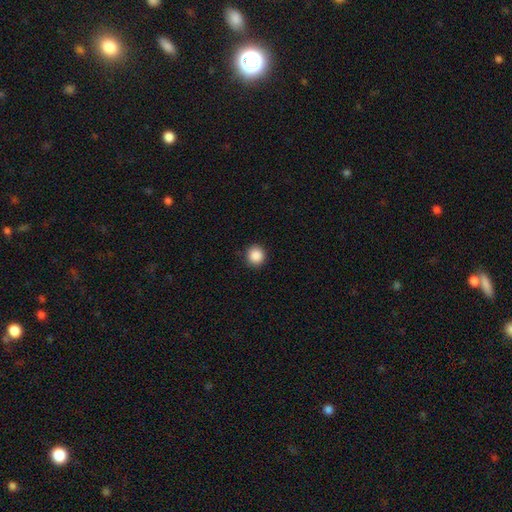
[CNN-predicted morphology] A smooth galaxy with no disk features (88%) that is round (93%).

Vote fractions:
- Smooth or featured? smooth: 88% / star or artifact: 9% / featured or disk: 3%
- How rounded? round: 93% / in between: 6% / cigar-shaped: 1%
- Merging? none: 91% / minor disturbance: 6% / major disturbance: 2% / merger: 1%